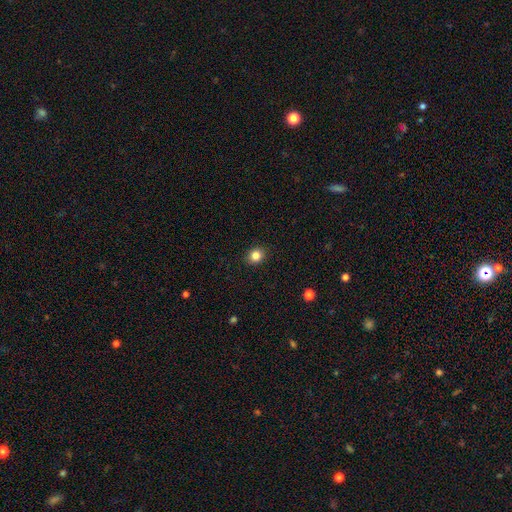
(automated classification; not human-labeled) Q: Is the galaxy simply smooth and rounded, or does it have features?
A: smooth — 83%.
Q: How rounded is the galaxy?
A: round — 75%.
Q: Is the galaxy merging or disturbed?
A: none — 91%.